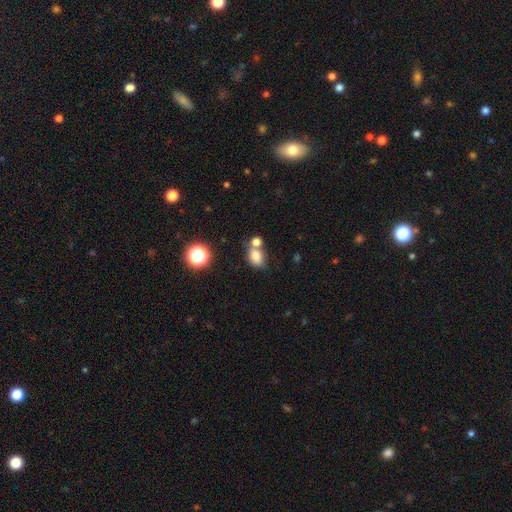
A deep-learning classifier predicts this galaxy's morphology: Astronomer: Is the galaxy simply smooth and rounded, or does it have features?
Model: smooth — 79%.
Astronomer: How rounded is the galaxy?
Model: in between — 70%.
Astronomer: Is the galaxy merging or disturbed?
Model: none — 46% (runner-up: merger, 36%).